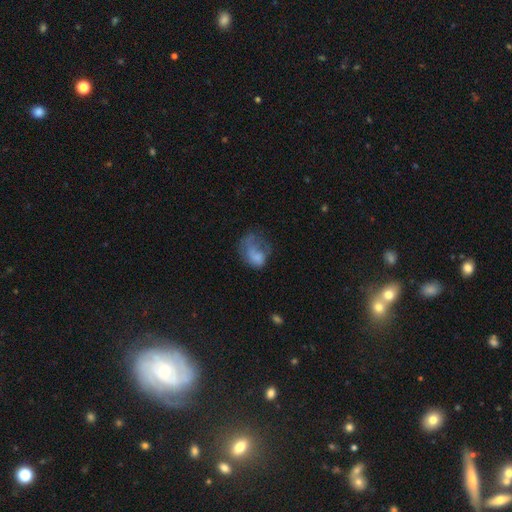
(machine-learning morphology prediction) The model was most divided on "smooth or featured": smooth: 59%, featured or disk: 31%, star or artifact: 10%. More confident: how rounded — in between (67%); merging — major disturbance (51%).